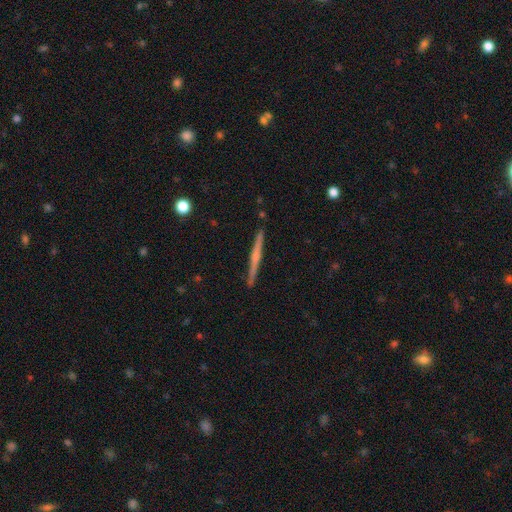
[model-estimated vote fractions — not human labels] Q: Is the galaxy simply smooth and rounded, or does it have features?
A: featured or disk — 65%.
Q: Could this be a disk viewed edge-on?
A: yes — 98%.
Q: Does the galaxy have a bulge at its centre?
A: none — 45%.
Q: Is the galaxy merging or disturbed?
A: none — 91%.